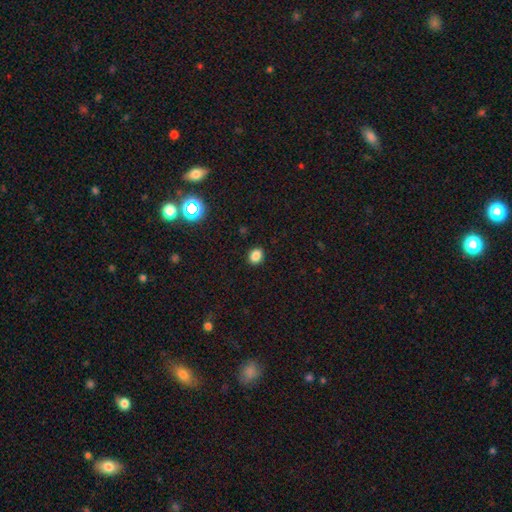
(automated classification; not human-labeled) smooth 84%, star or artifact 12%, featured or disk 4%. Down the decision tree: how rounded — in between (52%); merging — none (90%).